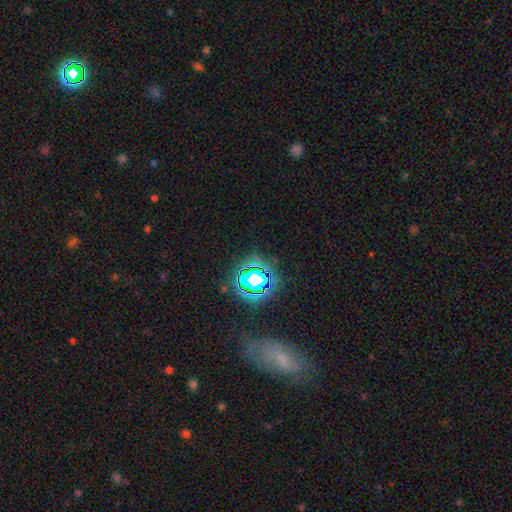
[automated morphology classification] Smooth or featured: star or artifact — 69% (smooth — 20%)